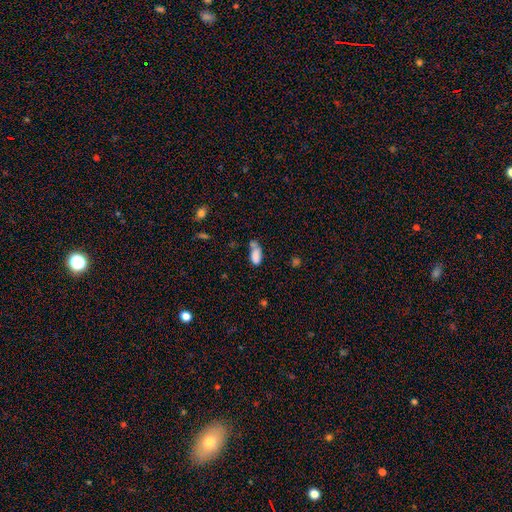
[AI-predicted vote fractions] The model was most divided on "merging": none: 33%, merger: 31%, minor disturbance: 23%, major disturbance: 12%. More confident: how rounded — in between (89%); smooth or featured — smooth (81%).